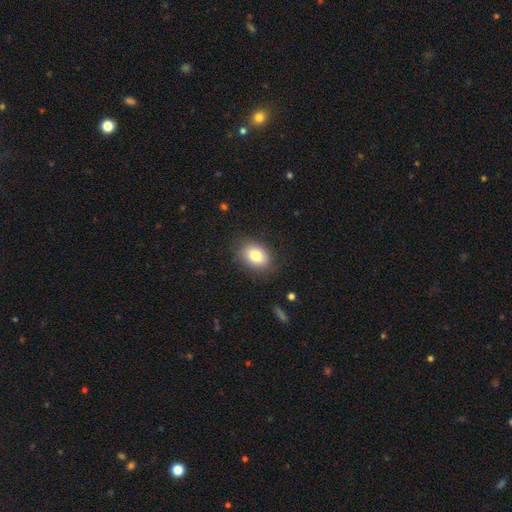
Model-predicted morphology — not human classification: Overall: smooth (82%). How rounded: in between (71%). Merging: none (83%).